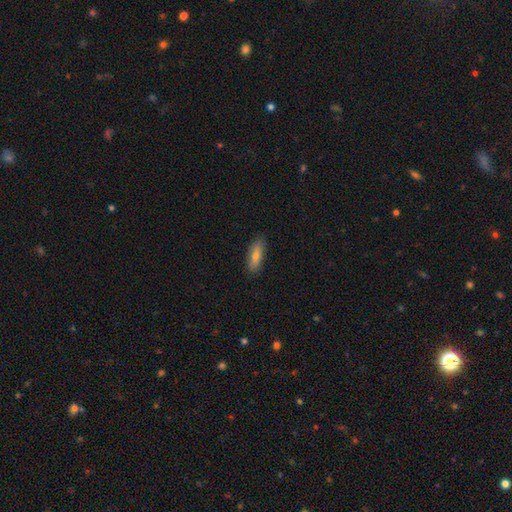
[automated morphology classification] The model was most divided on "how rounded": in between: 50%, cigar-shaped: 48%, round: 2%. More confident: merging — none (86%); smooth or featured — smooth (69%).